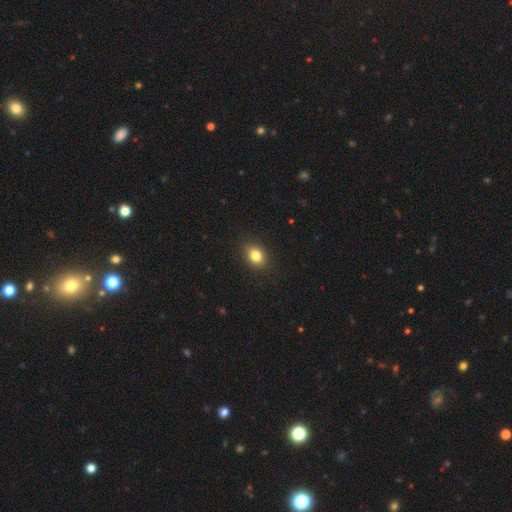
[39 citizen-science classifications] This is clearly a smooth galaxy (90%). How rounded: likely in between (71%). Merging: clearly none (92%).